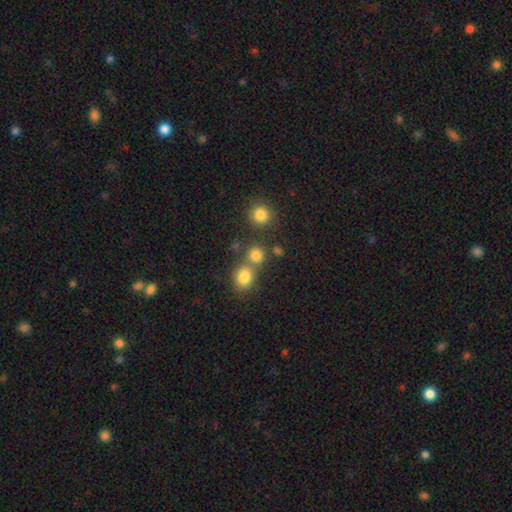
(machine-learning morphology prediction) Smooth or featured?
  - smooth: 78% *
  - star or artifact: 15%
  - featured or disk: 7%
How rounded?
  - round: 84% *
  - in between: 15%
  - cigar-shaped: 1%
Merging?
  - none: 60% *
  - merger: 30%
  - minor disturbance: 7%
  - major disturbance: 3%